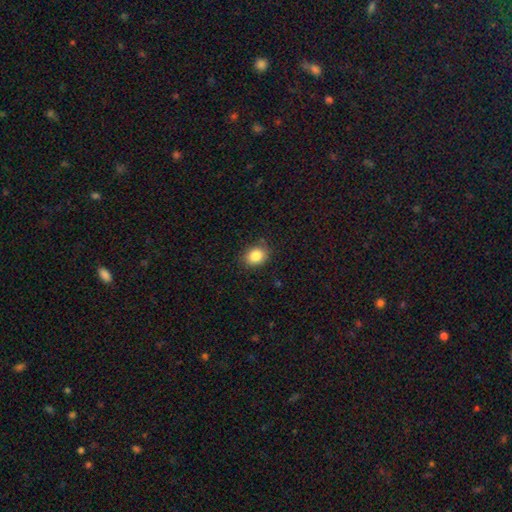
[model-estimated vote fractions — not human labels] A smooth galaxy with no disk features (85%) that is in between round and cigar-shaped (50%).

Vote fractions:
- Smooth or featured? smooth: 85% / star or artifact: 9% / featured or disk: 6%
- How rounded? in between: 50% / round: 49% / cigar-shaped: 1%
- Merging? none: 83% / minor disturbance: 13% / major disturbance: 3% / merger: 1%